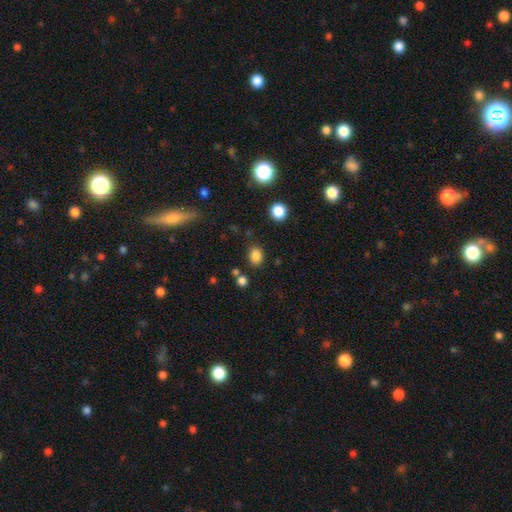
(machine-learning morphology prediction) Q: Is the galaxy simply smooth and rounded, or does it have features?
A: smooth — 83%.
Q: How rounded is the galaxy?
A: in between — 52%.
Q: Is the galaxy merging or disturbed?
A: none — 80%.